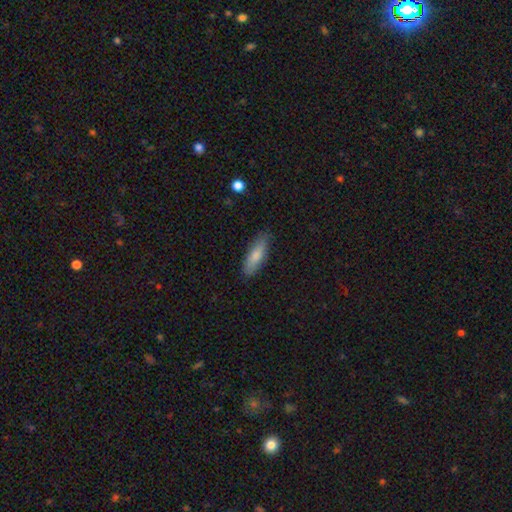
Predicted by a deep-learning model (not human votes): Q: Smooth or featured?
A: smooth (79%); runner-up: featured or disk (15%)
Q: How rounded?
A: cigar-shaped (49%); tied with: in between (49%)
Q: Merging?
A: none (83%); runner-up: minor disturbance (13%)